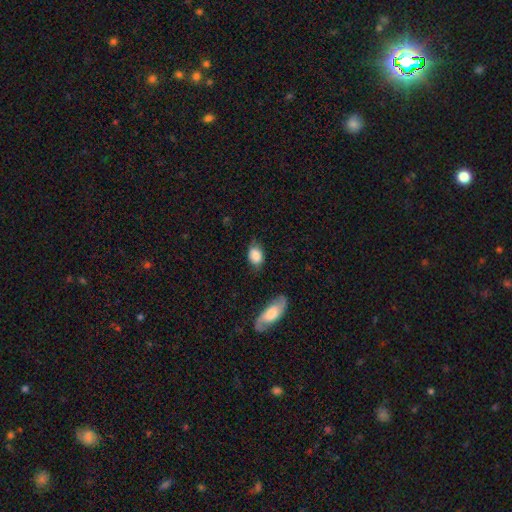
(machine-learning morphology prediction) The model was most divided on "merging": none: 61%, minor disturbance: 29%, major disturbance: 7%, merger: 4%. More confident: how rounded — in between (82%); smooth or featured — smooth (82%).